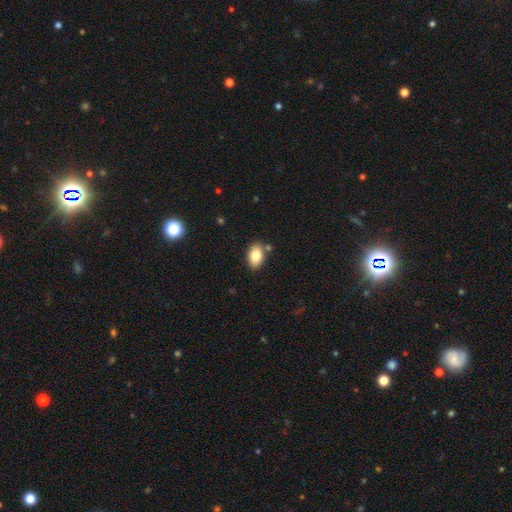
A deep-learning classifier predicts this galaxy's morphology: Smooth or featured?
  - smooth: 82% *
  - featured or disk: 10%
  - star or artifact: 8%
How rounded?
  - in between: 89% *
  - round: 10%
  - cigar-shaped: 2%
Merging?
  - none: 79% *
  - minor disturbance: 12%
  - merger: 6%
  - major disturbance: 3%